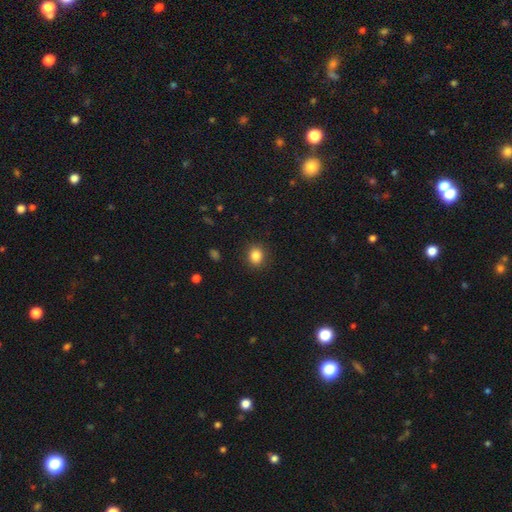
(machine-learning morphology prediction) A smooth galaxy with no disk features (85%) that is round (71%).

Vote fractions:
- Smooth or featured? smooth: 85% / star or artifact: 10% / featured or disk: 5%
- How rounded? round: 71% / in between: 28% / cigar-shaped: 1%
- Merging? none: 90% / minor disturbance: 7% / major disturbance: 2% / merger: 1%